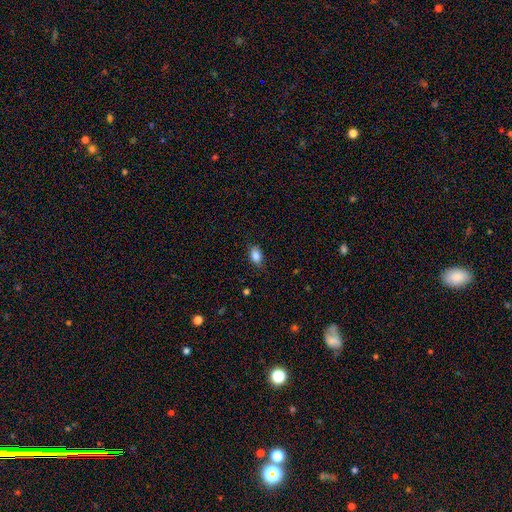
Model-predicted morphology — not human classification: Smooth or featured: smooth — 86% (star or artifact — 8%)
How rounded: in between — 85% (round — 13%)
Merging: none — 81% (minor disturbance — 15%)